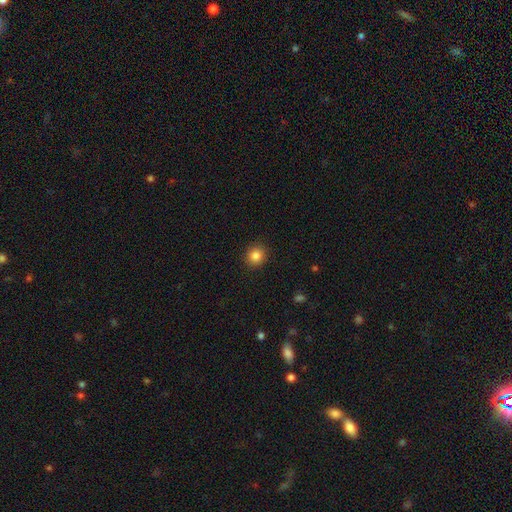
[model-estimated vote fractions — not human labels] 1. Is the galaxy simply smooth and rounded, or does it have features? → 85% smooth, 10% star or artifact, 5% featured or disk.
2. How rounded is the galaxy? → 86% round, 13% in between, 1% cigar-shaped.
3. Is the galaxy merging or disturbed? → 91% none, 6% minor disturbance, 2% major disturbance, 1% merger.